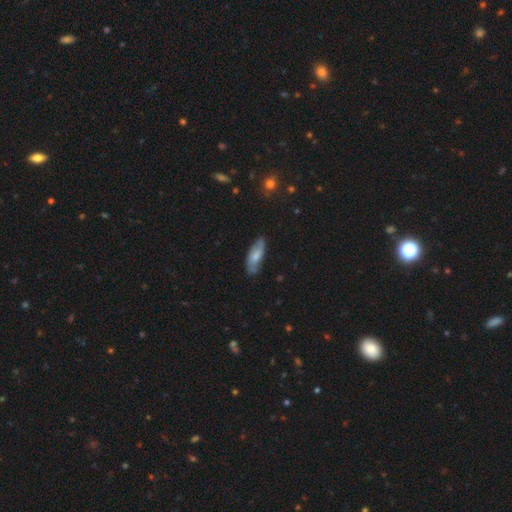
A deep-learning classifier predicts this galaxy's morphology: Smooth or featured? Predicted: smooth (p=0.65). How rounded? Predicted: in between (p=0.68). Merging? Predicted: none (p=0.72).